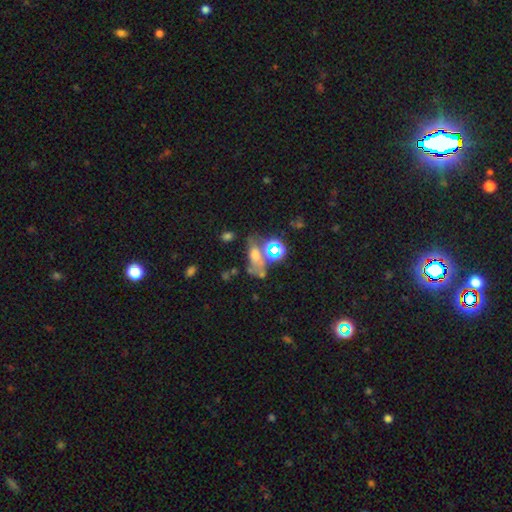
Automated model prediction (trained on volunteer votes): Smooth or featured: smooth — 45% (star or artifact — 34%)
Merging: none — 39% (merger — 29%)